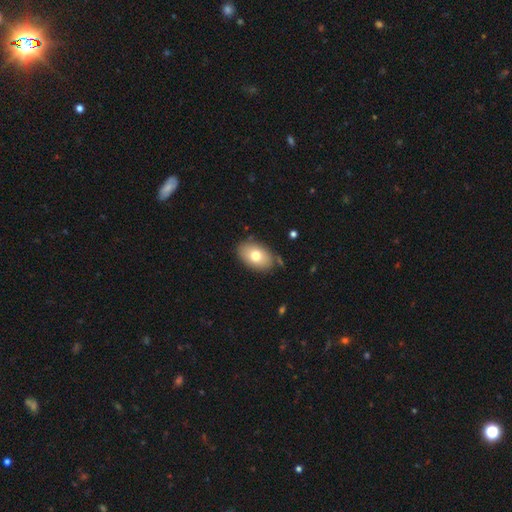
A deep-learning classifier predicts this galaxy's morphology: Smooth or featured: smooth — 74% (featured or disk — 18%)
How rounded: in between — 88% (round — 11%)
Merging: none — 82% (minor disturbance — 12%)